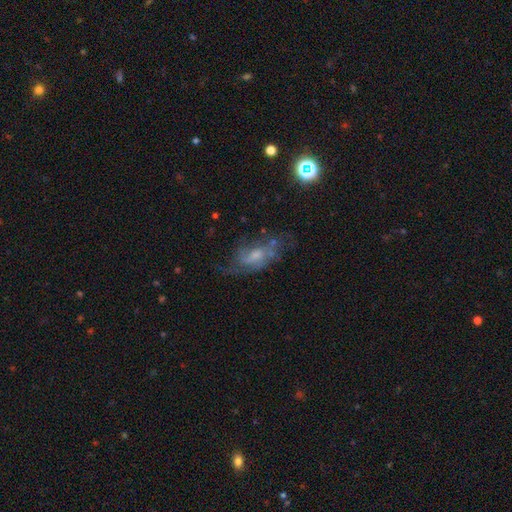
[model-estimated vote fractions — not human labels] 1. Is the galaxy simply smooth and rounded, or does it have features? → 62% featured or disk, 26% smooth, 12% star or artifact.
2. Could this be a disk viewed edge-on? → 92% no, 8% yes.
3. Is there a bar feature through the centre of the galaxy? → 56% no, 37% weak, 7% strong.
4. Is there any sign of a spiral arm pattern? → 72% yes, 28% no.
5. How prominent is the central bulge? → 42% moderate, 35% small, 16% none, 7% large, 1% dominant.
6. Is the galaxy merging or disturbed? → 48% none, 24% major disturbance, 24% minor disturbance, 4% merger.